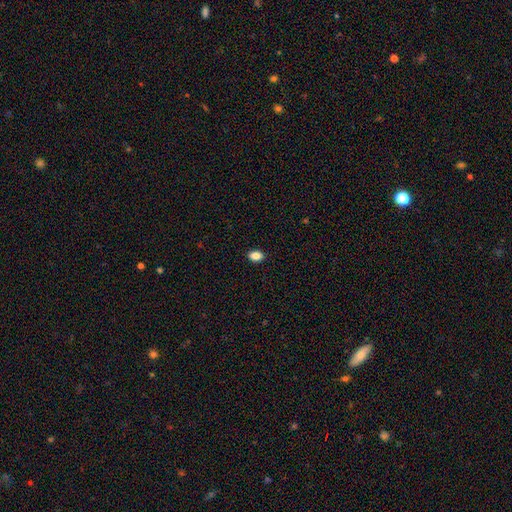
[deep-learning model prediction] smooth_or_featured: smooth (p=0.86) [alt: star or artifact p=0.09]
how_rounded: in between (p=0.80) [alt: round p=0.18]
merging: none (p=0.90) [alt: minor disturbance p=0.07]